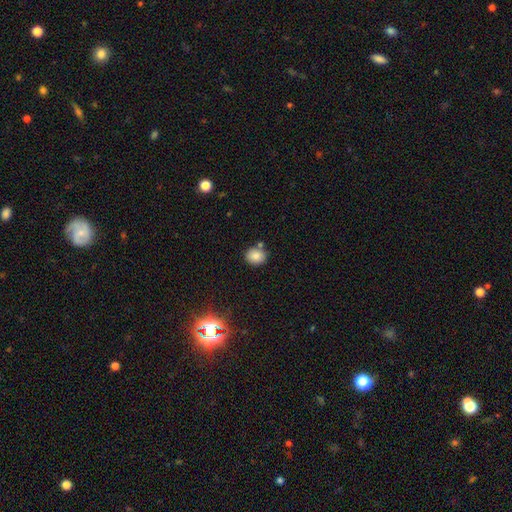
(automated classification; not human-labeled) Smooth or featured? smooth (84%)
How rounded? round (70%)
Merging? none (76%)